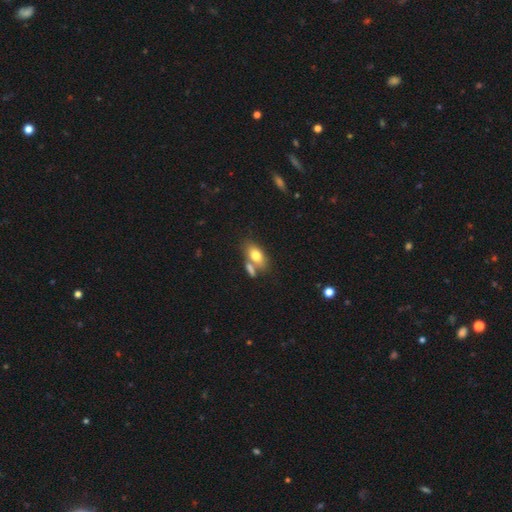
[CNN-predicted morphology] Smooth or featured? smooth (76%)
How rounded? in between (86%)
Merging? none (50%)